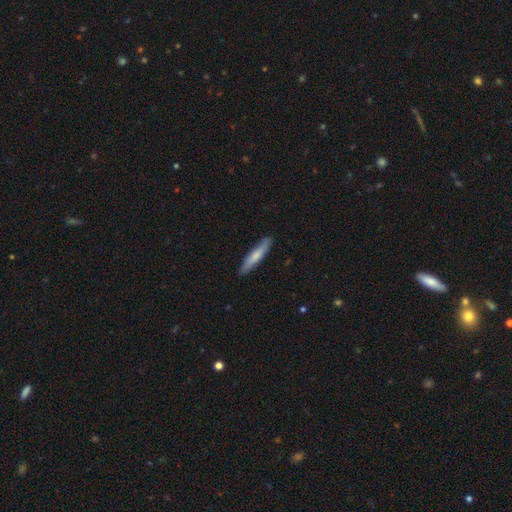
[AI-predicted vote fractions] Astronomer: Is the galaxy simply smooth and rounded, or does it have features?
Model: smooth — 68%.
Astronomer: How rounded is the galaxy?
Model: cigar-shaped — 88%.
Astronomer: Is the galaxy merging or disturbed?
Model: none — 88%.